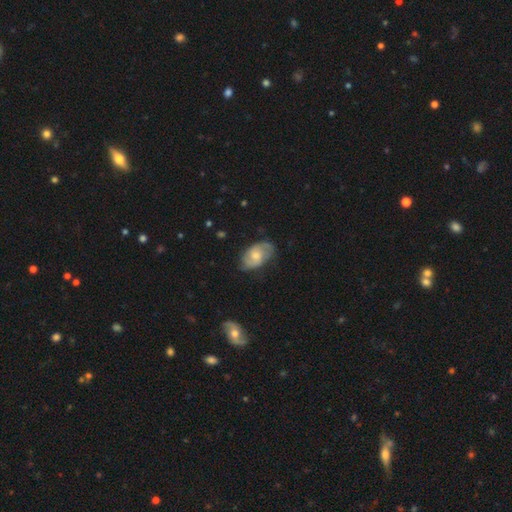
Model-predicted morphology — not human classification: Q: Smooth or featured?
A: featured or disk (64%); runner-up: smooth (30%)
Q: Edge-on disk?
A: no (96%); runner-up: yes (4%)
Q: Bar?
A: no (60%); runner-up: weak (35%)
Q: Spiral arms?
A: yes (89%); runner-up: no (11%)
Q: Spiral winding?
A: medium (47%); runner-up: tight (29%)
Q: Spiral arm count?
A: 2 (78%); runner-up: can't tell (13%)
Q: Bulge size?
A: moderate (51%); runner-up: small (36%)
Q: Merging?
A: none (71%); runner-up: minor disturbance (22%)